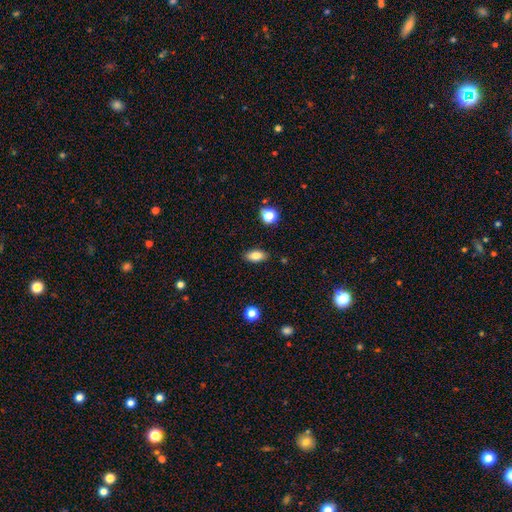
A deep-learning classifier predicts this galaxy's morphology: smooth_or_featured: smooth (p=0.82) [alt: star or artifact p=0.09]
how_rounded: in between (p=0.87) [alt: cigar-shaped p=0.07]
merging: none (p=0.87) [alt: minor disturbance p=0.09]